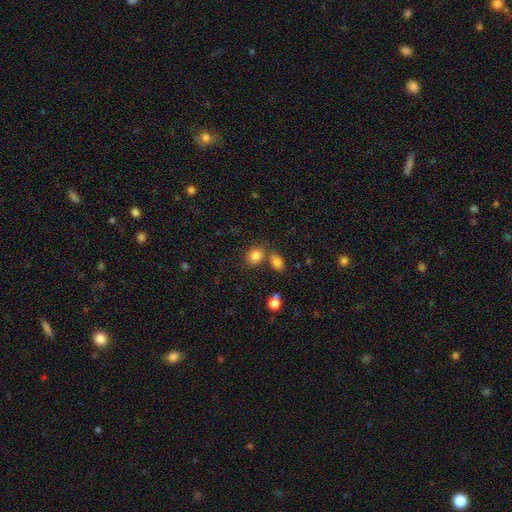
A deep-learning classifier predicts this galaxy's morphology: Q: Smooth or featured?
A: smooth (82%); runner-up: star or artifact (11%)
Q: How rounded?
A: in between (57%); runner-up: round (42%)
Q: Merging?
A: none (63%); runner-up: merger (23%)